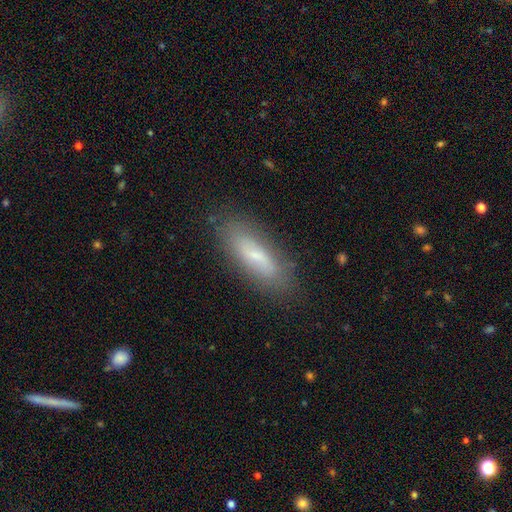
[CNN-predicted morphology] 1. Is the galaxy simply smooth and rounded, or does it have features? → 57% smooth, 35% featured or disk, 8% star or artifact.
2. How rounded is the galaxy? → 51% in between, 46% cigar-shaped, 2% round.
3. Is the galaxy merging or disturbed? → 81% none, 14% minor disturbance, 4% major disturbance, 2% merger.